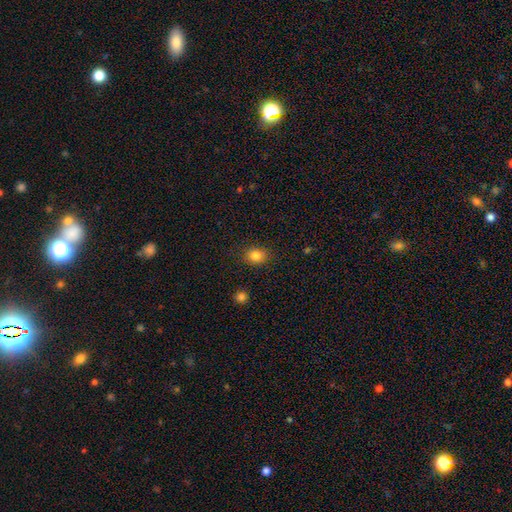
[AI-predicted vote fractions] Morphology: type=smooth (84%); roundness=round (52%); merging=none (87%).